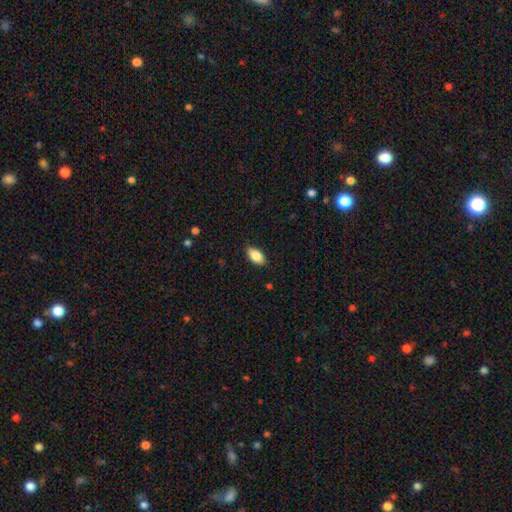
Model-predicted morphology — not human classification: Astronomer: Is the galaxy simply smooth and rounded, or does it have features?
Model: smooth — 85%.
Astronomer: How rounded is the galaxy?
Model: in between — 93%.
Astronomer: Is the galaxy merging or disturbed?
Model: none — 88%.